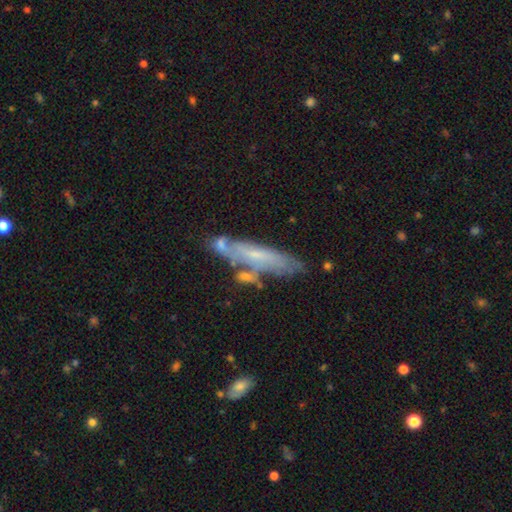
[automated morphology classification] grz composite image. It shows a featured or disk galaxy (51%) viewed edge-on (52%). Merging: none (59%).